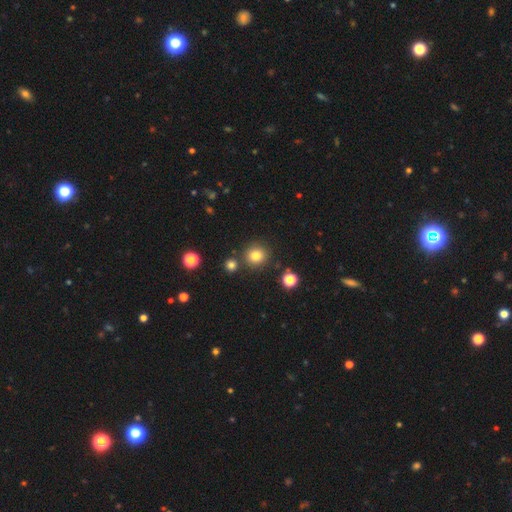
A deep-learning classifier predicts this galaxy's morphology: smooth-or-featured: smooth: 81% | star or artifact: 13% | featured or disk: 6%
  how-rounded: round: 90% | in between: 9% | cigar-shaped: 1%
  merging: none: 83% | minor disturbance: 7% | merger: 7% | major disturbance: 3%